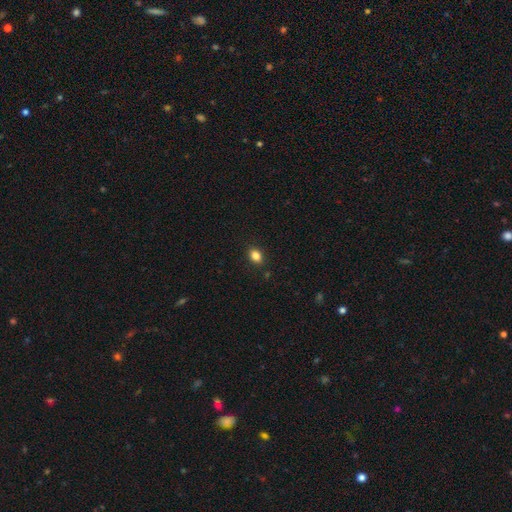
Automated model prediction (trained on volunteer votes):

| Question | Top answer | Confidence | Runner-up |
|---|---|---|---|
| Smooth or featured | smooth | 85% | star or artifact (11%) |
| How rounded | in between | 64% | round (34%) |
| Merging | none | 88% | minor disturbance (9%) |